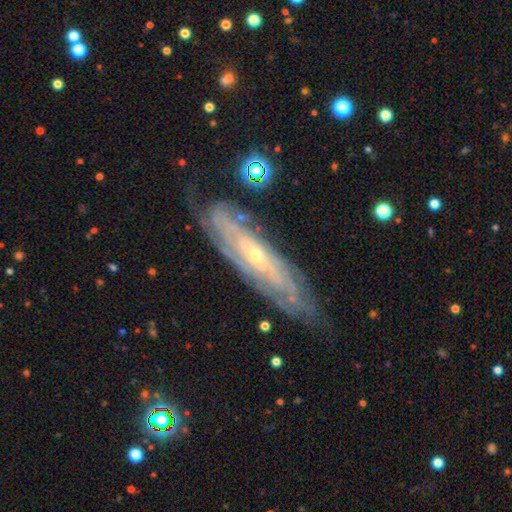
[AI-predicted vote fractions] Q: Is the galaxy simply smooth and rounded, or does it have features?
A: featured or disk — 84%.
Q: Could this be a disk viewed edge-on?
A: no — 74%.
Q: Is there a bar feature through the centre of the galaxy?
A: no — 68%.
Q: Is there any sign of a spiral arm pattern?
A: yes — 92%.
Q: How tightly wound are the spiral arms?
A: tight — 75%.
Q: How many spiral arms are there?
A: can't tell — 56%.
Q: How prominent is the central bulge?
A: small — 70%.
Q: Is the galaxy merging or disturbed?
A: none — 76%.